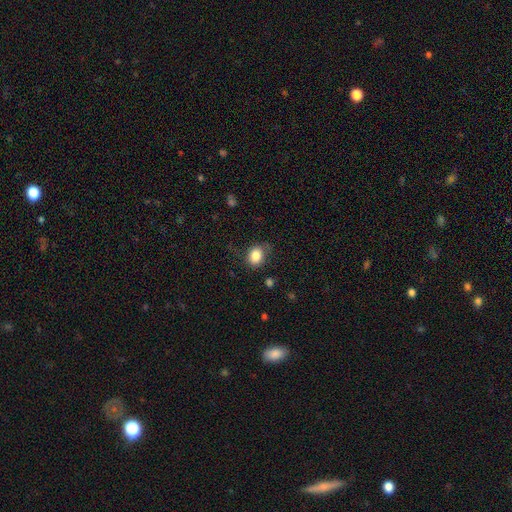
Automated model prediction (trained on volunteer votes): The model was most divided on "how rounded": in between: 50%, round: 49%, cigar-shaped: 1%. More confident: smooth or featured — smooth (84%); merging — none (68%).